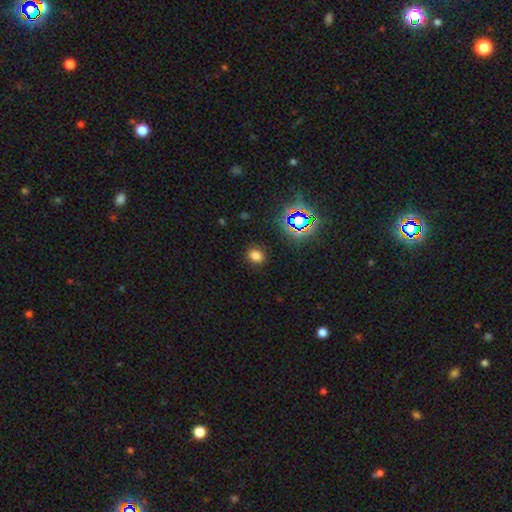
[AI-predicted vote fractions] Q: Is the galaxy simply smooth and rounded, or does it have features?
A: smooth — 72%.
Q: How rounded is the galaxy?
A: round — 52%.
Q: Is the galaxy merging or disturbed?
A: none — 88%.